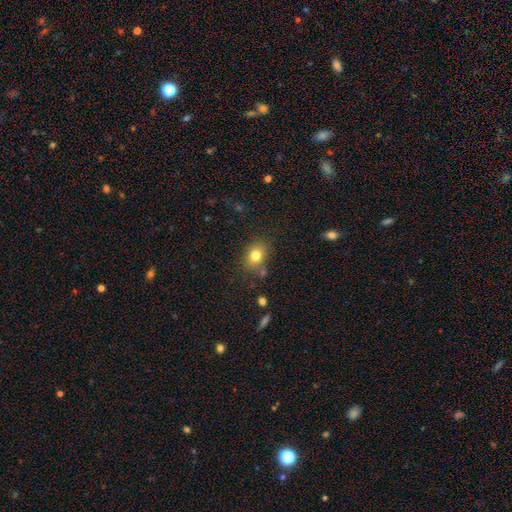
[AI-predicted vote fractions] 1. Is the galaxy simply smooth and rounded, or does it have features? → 78% smooth, 12% star or artifact, 10% featured or disk.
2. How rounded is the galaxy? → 54% in between, 45% round, 1% cigar-shaped.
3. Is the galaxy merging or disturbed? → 73% none, 16% minor disturbance, 6% merger, 5% major disturbance.